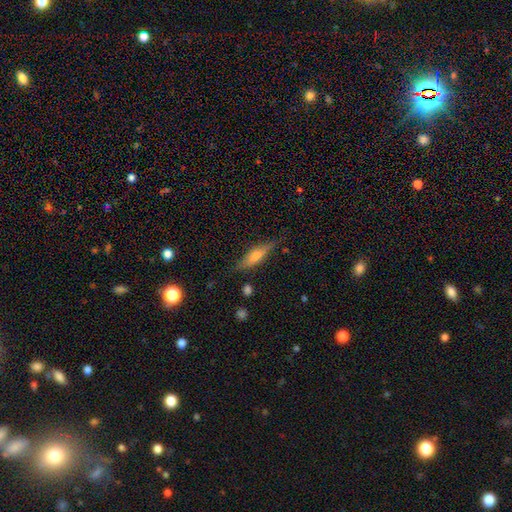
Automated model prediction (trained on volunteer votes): Smooth or featured?
  - featured or disk: 49% *
  - smooth: 43%
  - star or artifact: 7%
Merging?
  - none: 80% *
  - minor disturbance: 15%
  - major disturbance: 4%
  - merger: 2%